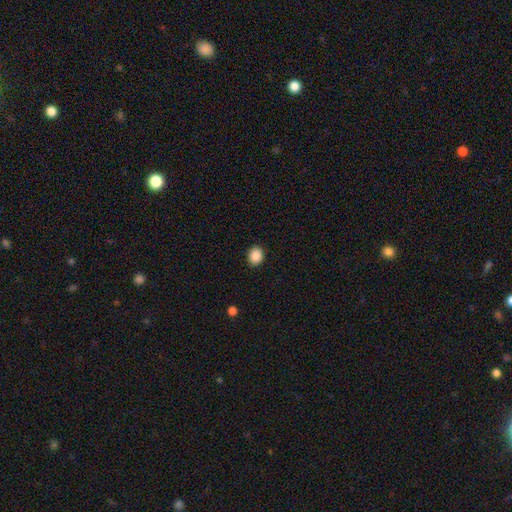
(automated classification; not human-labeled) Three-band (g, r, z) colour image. It shows a smooth galaxy with no disk features (89%) that is round (57%). Merging: none (90%).